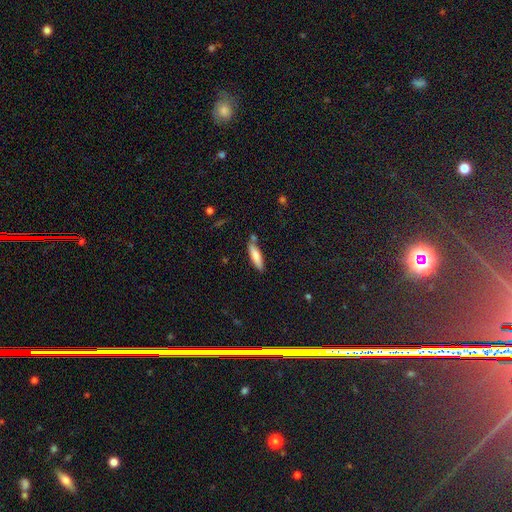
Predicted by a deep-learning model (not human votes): A smooth galaxy with no disk features (78%) that is cigar-shaped (67%).

Vote fractions:
- Smooth or featured? smooth: 78% / featured or disk: 15% / star or artifact: 6%
- How rounded? cigar-shaped: 67% / in between: 32% / round: 2%
- Merging? none: 75% / minor disturbance: 14% / merger: 8% / major disturbance: 3%